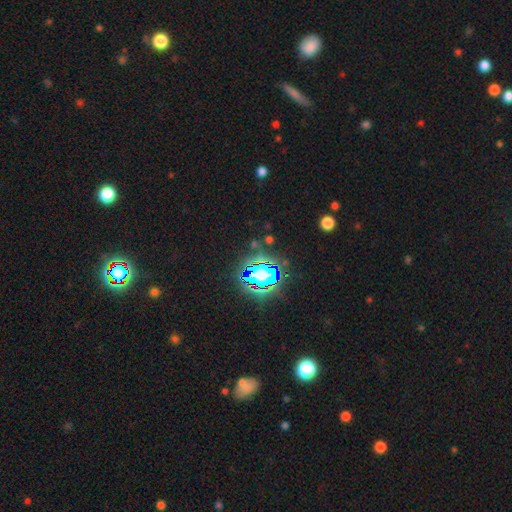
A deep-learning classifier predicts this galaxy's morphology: Smooth or featured?
  - star or artifact: 81% *
  - smooth: 11%
  - featured or disk: 8%